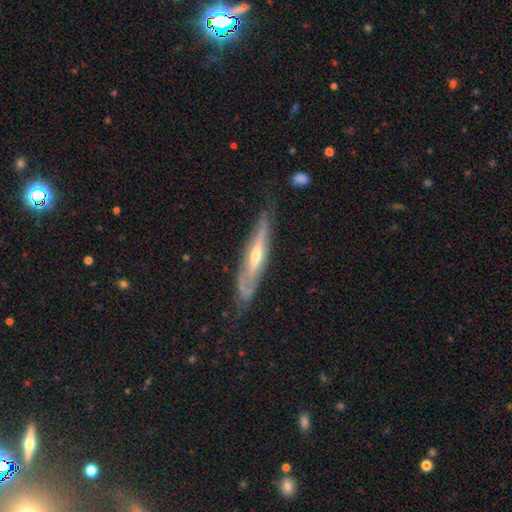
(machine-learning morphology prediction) type=featured or disk (75%); edge-on=yes (67%); edge-on bulge=rounded (74%); merging=none (65%).